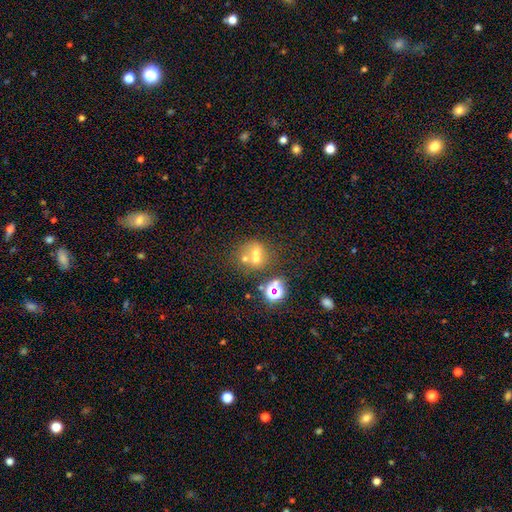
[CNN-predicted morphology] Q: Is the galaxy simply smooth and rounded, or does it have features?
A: smooth — 51%.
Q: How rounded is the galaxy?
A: round — 75%.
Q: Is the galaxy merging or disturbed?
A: merger — 51%.